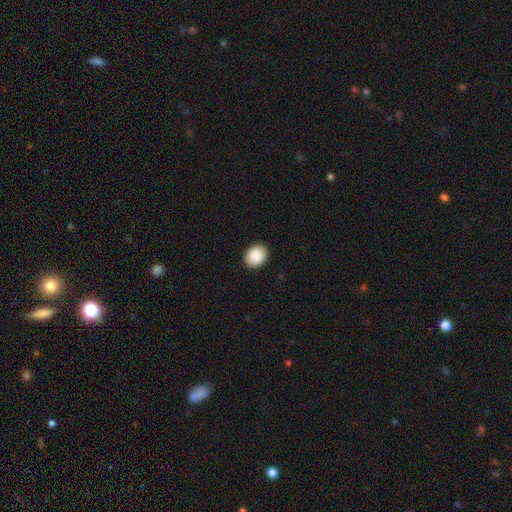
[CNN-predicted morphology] Smooth or featured: smooth — 88% (star or artifact — 7%)
How rounded: in between — 59% (round — 40%)
Merging: none — 90% (minor disturbance — 7%)